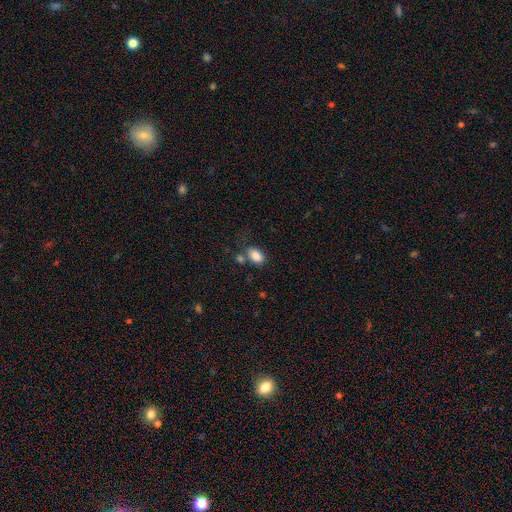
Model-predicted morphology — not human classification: This appears to be a smooth galaxy with no disk features (86%) that is in between round and cigar-shaped (88%). Merging: none (63%).